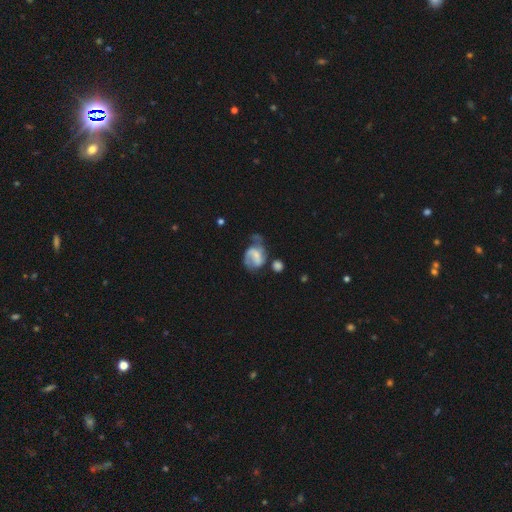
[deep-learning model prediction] This is likely a featured or disk galaxy (61%). It is clearly not viewed edge-on (97%). Bar: marginally weak (42%). Spiral arm pattern: likely yes (75%). Central bulge: marginally small (43%). Merging: marginally major disturbance (31%).